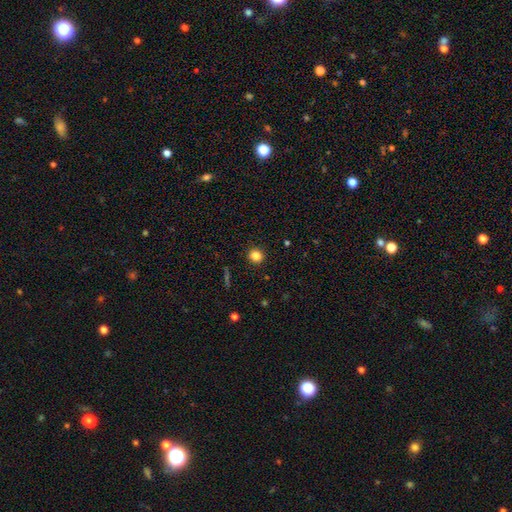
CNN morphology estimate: A smooth galaxy with no disk features (83%) that is round (89%). Merging: none (91%).